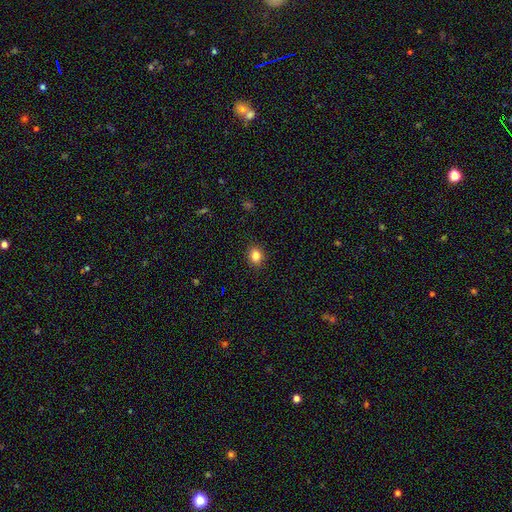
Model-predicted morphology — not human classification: smooth 83%, star or artifact 11%, featured or disk 6%. Down the decision tree: how rounded — round (58%); merging — none (90%).